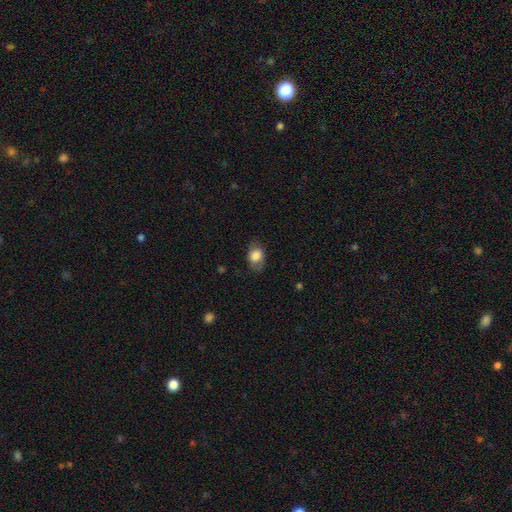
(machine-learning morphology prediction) smooth_or_featured: smooth (p=0.78) [alt: featured or disk p=0.15]
how_rounded: in between (p=0.80) [alt: round p=0.19]
merging: none (p=0.75) [alt: minor disturbance p=0.18]